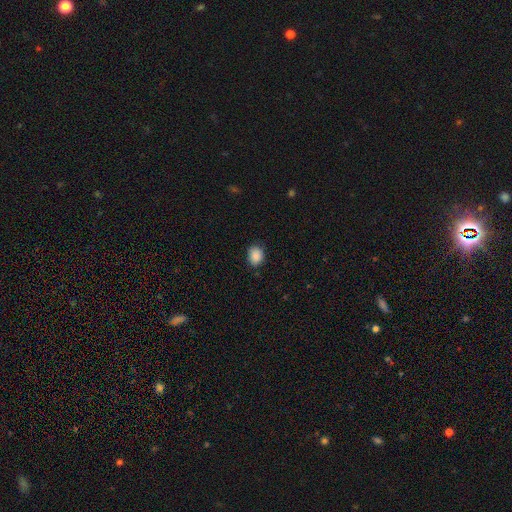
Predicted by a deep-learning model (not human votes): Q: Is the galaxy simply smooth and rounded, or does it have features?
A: smooth — 88%.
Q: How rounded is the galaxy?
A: in between — 51%.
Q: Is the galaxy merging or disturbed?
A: none — 81%.